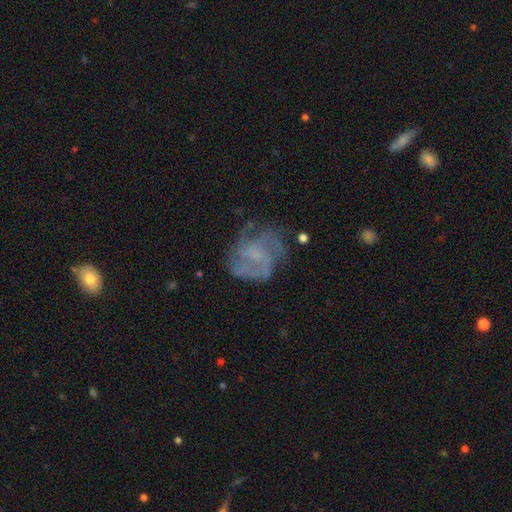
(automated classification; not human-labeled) The model was most divided on "spiral arm count": 3: 31%, can't tell: 28%, 2: 16%, 4: 14%, 1: 6%, more than 4: 6%. Remaining: edge-on disk — no (98%); spiral arms — yes (84%); smooth or featured — featured or disk (72%); merging — none (64%); bar — no (59%); spiral winding — medium (46%); bulge size — none (43%).